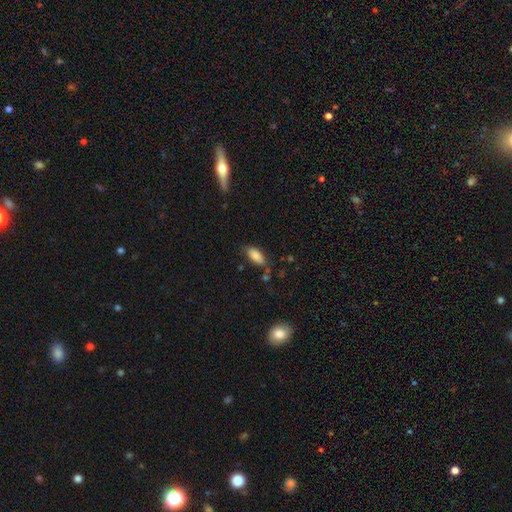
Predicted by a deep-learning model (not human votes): Morphology: type=smooth (85%); roundness=in between (88%); merging=none (68%).